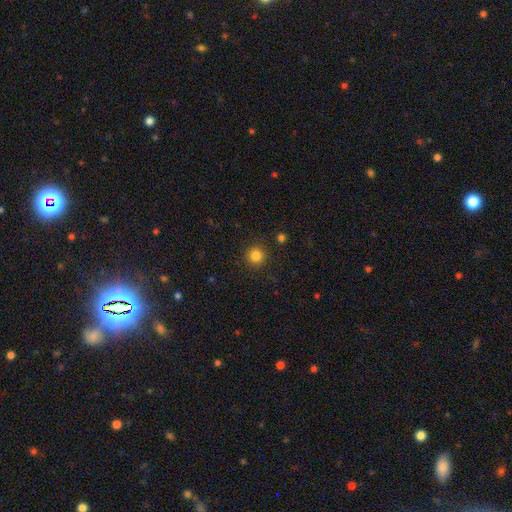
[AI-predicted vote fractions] Smooth or featured? smooth (83%)
How rounded? round (94%)
Merging? none (91%)